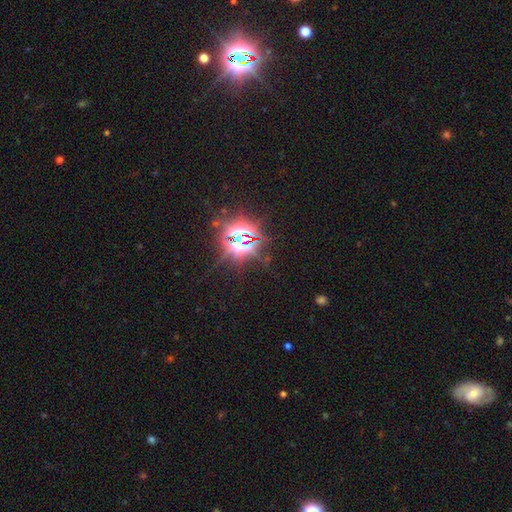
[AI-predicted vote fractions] A star or artifact, not a galaxy (84%).